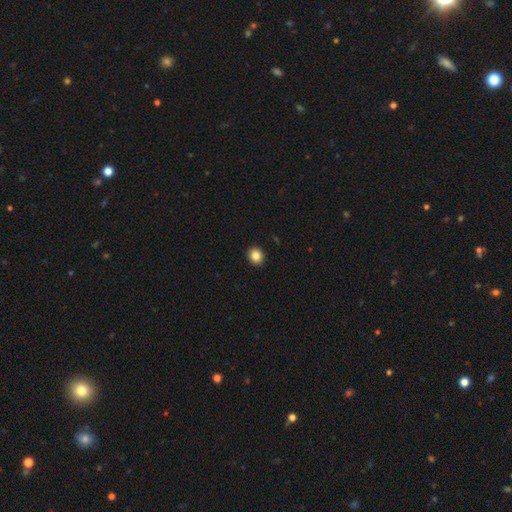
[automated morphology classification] smooth-or-featured: smooth: 84% | star or artifact: 10% | featured or disk: 6%
  how-rounded: round: 80% | in between: 19% | cigar-shaped: 1%
  merging: none: 93% | minor disturbance: 5% | major disturbance: 1% | merger: 1%